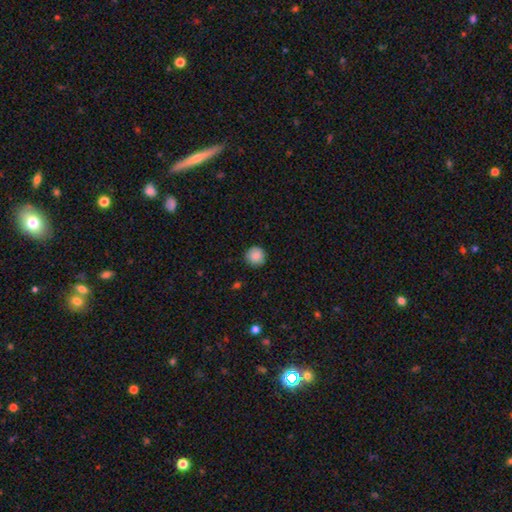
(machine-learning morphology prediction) The model was most divided on "smooth or featured": smooth: 88%, star or artifact: 8%, featured or disk: 3%. More confident: how rounded — round (95%); merging — none (91%).